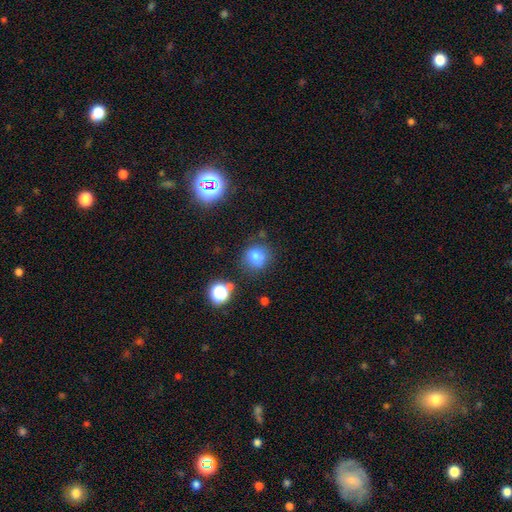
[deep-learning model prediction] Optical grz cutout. It shows a smooth galaxy with no disk features (77%) that is round (76%). Merging: none (76%).